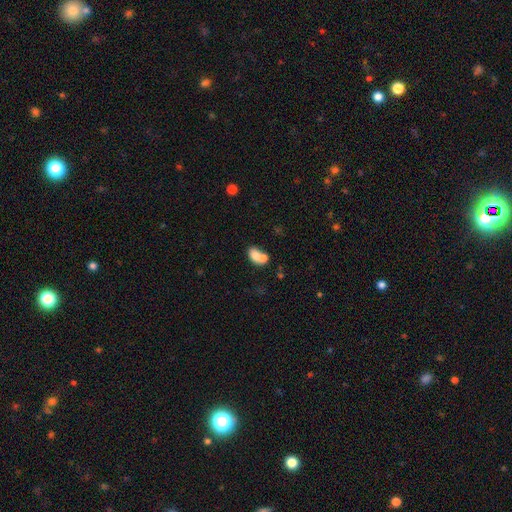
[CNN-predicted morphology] type=smooth (72%); roundness=in between (74%); merging=merger (62%).